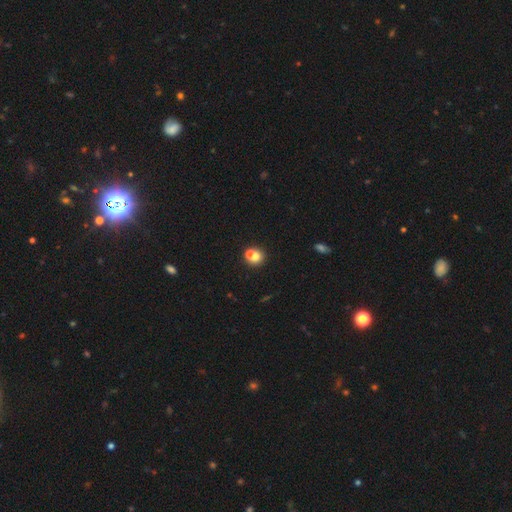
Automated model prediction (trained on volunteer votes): Q: Smooth or featured?
A: smooth (69%); runner-up: featured or disk (19%)
Q: How rounded?
A: round (80%); runner-up: in between (19%)
Q: Merging?
A: merger (51%); runner-up: none (40%)